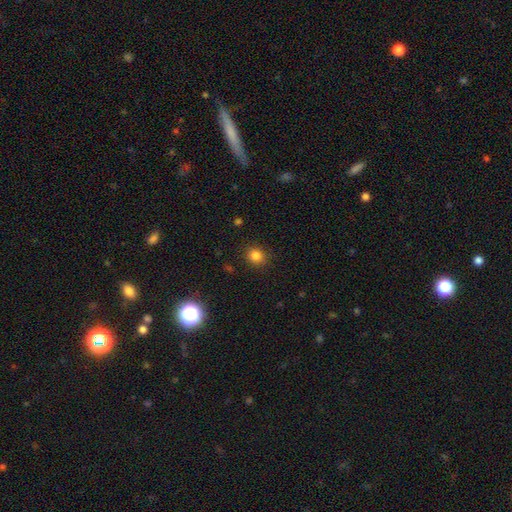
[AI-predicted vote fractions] Morphology: type=smooth (83%); roundness=round (77%); merging=none (88%).